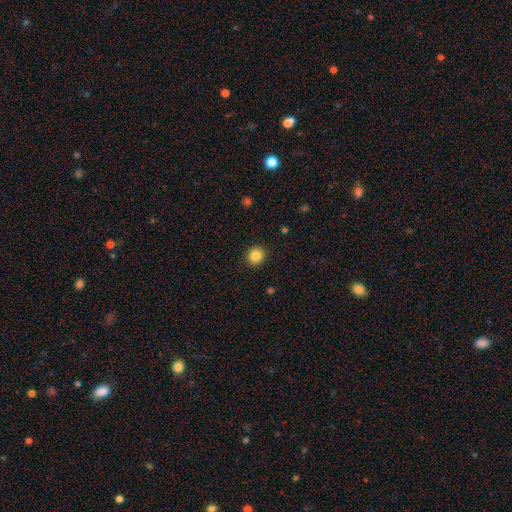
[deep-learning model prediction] Smooth or featured? Predicted: smooth (p=0.85). How rounded? Predicted: round (p=0.83). Merging? Predicted: none (p=0.91).